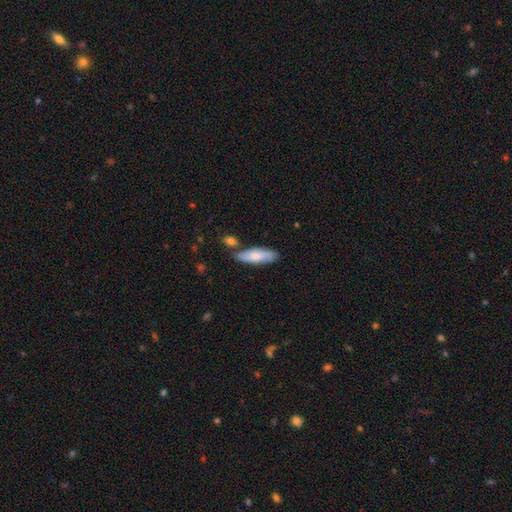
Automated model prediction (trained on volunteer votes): This appears to be a smooth galaxy with no disk features (75%) that is in between round and cigar-shaped (53%). Merging: none (72%).